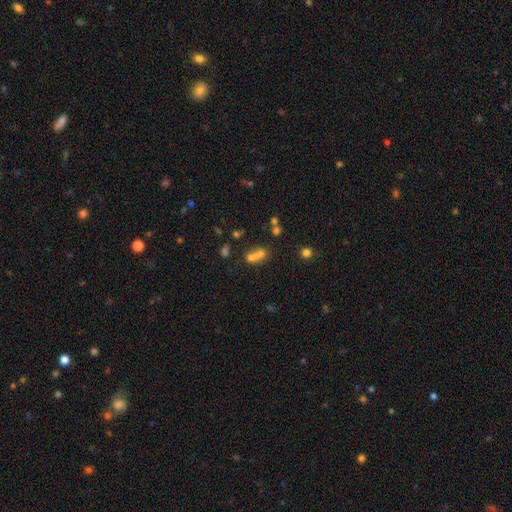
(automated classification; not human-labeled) Smooth or featured?
  - smooth: 62% *
  - featured or disk: 19%
  - star or artifact: 19%
How rounded?
  - in between: 51% *
  - round: 43%
  - cigar-shaped: 6%
Merging?
  - merger: 55% *
  - none: 29%
  - minor disturbance: 9%
  - major disturbance: 7%